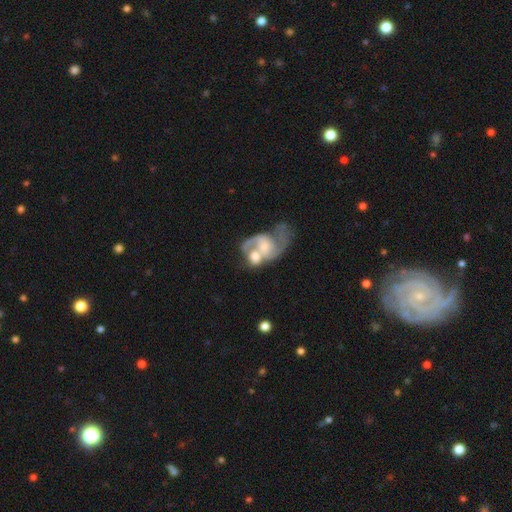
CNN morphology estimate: Smooth or featured?
  - featured or disk: 74% *
  - smooth: 14%
  - star or artifact: 12%
Edge-on disk?
  - no: 97% *
  - yes: 3%
Bar?
  - no: 58% *
  - weak: 33%
  - strong: 10%
Spiral arms?
  - yes: 80% *
  - no: 20%
Spiral winding?
  - medium: 41% *
  - loose: 33%
  - tight: 27%
Spiral arm count?
  - 2: 48% *
  - can't tell: 21%
  - 1: 15%
  - 3: 8%
  - 4: 4%
  - more than 4: 4%
Bulge size?
  - small: 49% *
  - moderate: 31%
  - none: 13%
  - large: 4%
  - dominant: 2%
Merging?
  - merger: 38% *
  - none: 31%
  - major disturbance: 18%
  - minor disturbance: 14%